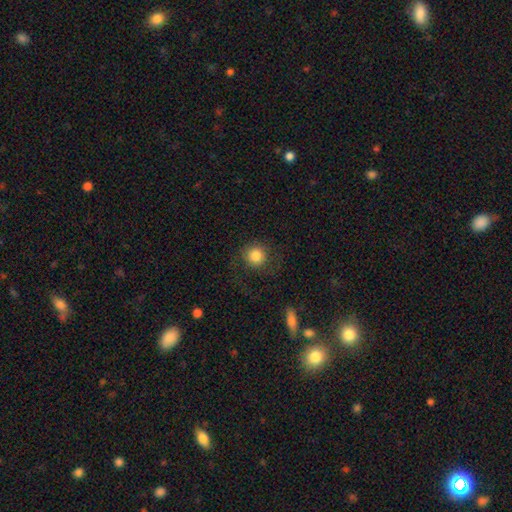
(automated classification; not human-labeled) A smooth galaxy with no disk features (83%) that is round (91%).

Vote fractions:
- Smooth or featured? smooth: 83% / star or artifact: 9% / featured or disk: 8%
- How rounded? round: 91% / in between: 8% / cigar-shaped: 1%
- Merging? none: 74% / minor disturbance: 13% / major disturbance: 11% / merger: 2%